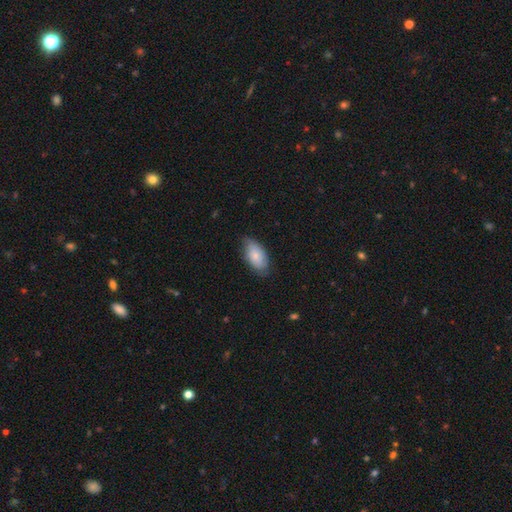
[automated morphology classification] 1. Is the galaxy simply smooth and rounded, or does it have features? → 70% smooth, 23% featured or disk, 6% star or artifact.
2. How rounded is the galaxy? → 93% in between, 3% round, 3% cigar-shaped.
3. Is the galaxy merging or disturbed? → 68% none, 27% minor disturbance, 5% major disturbance, 1% merger.